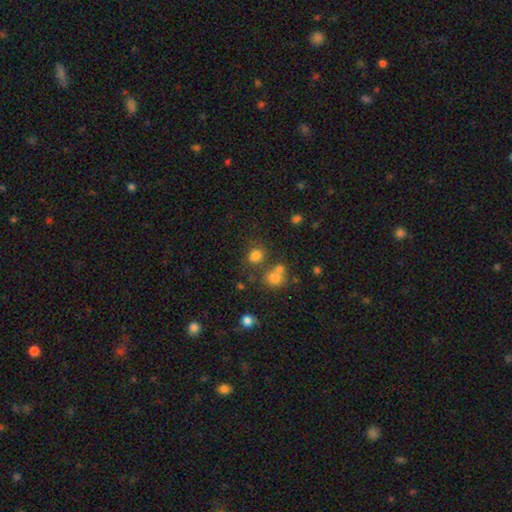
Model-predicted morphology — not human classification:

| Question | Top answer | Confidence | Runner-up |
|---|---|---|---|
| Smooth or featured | smooth | 77% | star or artifact (15%) |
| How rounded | round | 71% | in between (28%) |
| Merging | none | 64% | merger (18%) |